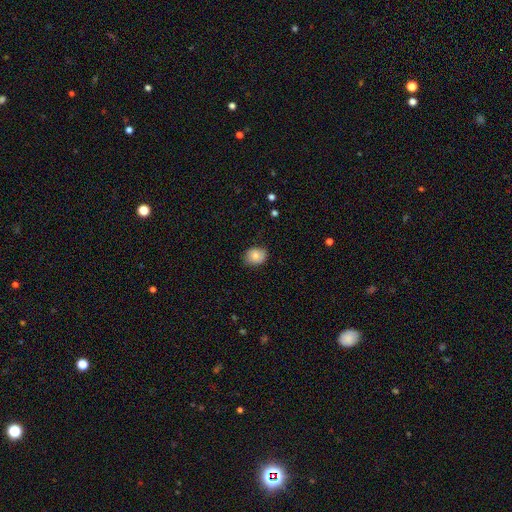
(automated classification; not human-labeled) The model was most divided on "how rounded": round: 50%, in between: 49%, cigar-shaped: 1%. More confident: merging — none (80%); smooth or featured — smooth (80%).